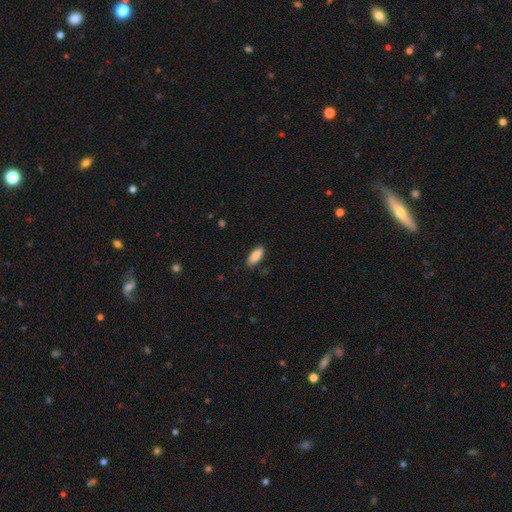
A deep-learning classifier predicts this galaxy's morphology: Smooth or featured: smooth — 88% (star or artifact — 6%)
How rounded: in between — 80% (cigar-shaped — 18%)
Merging: none — 85% (minor disturbance — 11%)